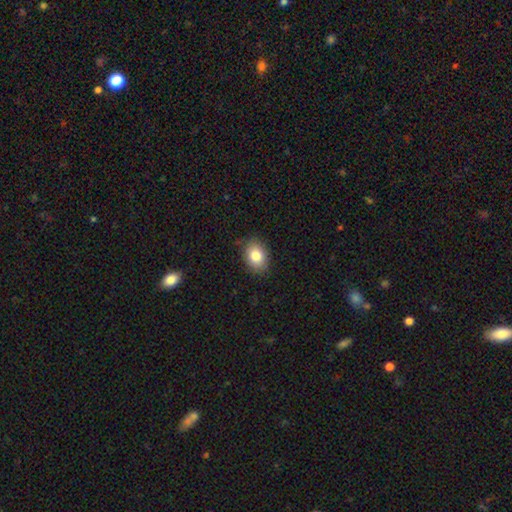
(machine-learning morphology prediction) A smooth galaxy with no disk features (82%) that is in between round and cigar-shaped (69%). Merging: none (84%).